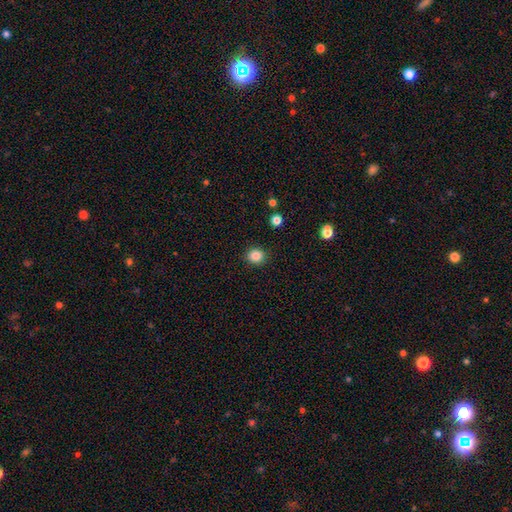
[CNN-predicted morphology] This appears to be a smooth galaxy with no disk features (85%) that is round (83%). Merging: none (90%).